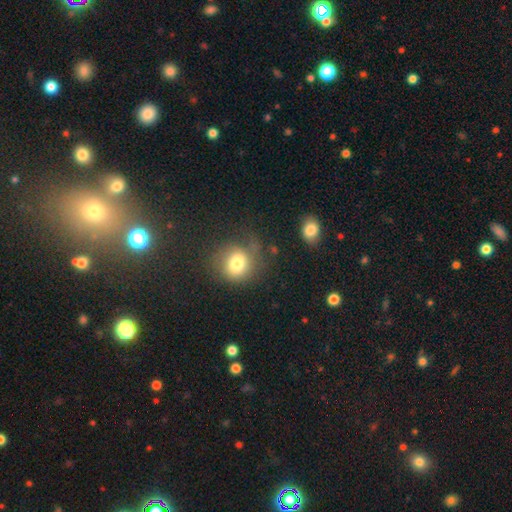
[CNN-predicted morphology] This is possibly a smooth galaxy (58%). How rounded: clearly round (81%). Merging: likely none (68%).